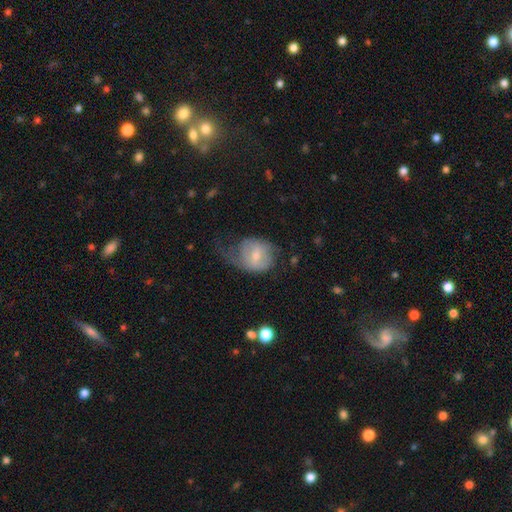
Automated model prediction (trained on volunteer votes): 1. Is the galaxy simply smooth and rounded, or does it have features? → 48% featured or disk, 46% smooth, 7% star or artifact.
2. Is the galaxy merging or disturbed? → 40% major disturbance, 31% none, 26% minor disturbance, 2% merger.